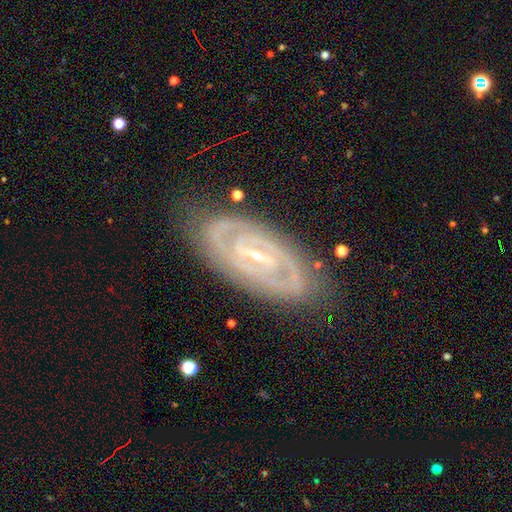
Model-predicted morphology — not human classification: Overall: featured or disk (87%). Edge-on disk: no (94%). Bar: strong (42%; weak 38%). Spiral arms: yes (92%). Spiral arm count: 2 (67%). Spiral winding: tight (68%). Bulge size: small (80%). Merging: none (81%).